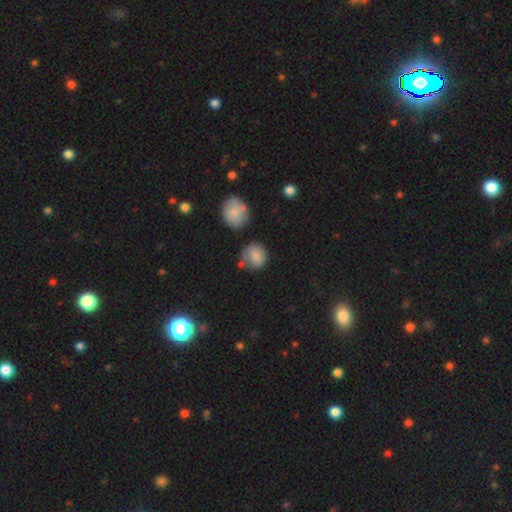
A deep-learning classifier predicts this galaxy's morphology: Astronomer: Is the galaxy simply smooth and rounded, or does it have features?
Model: smooth — 81%.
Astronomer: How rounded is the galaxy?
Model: round — 76%.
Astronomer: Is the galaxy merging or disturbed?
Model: none — 53%.